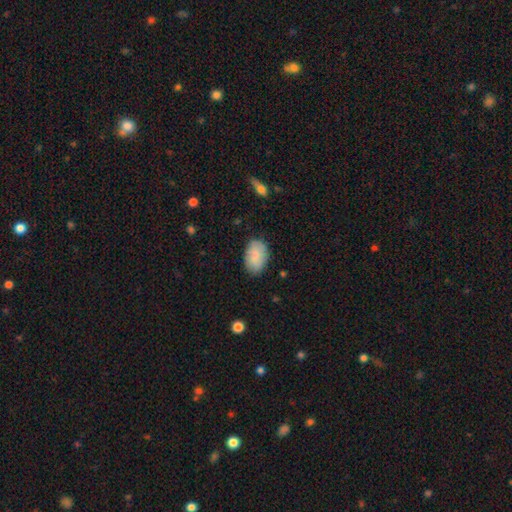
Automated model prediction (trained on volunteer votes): The model was most divided on "merging": none: 81%, minor disturbance: 15%, major disturbance: 3%, merger: 1%. More confident: how rounded — in between (90%); smooth or featured — smooth (82%).